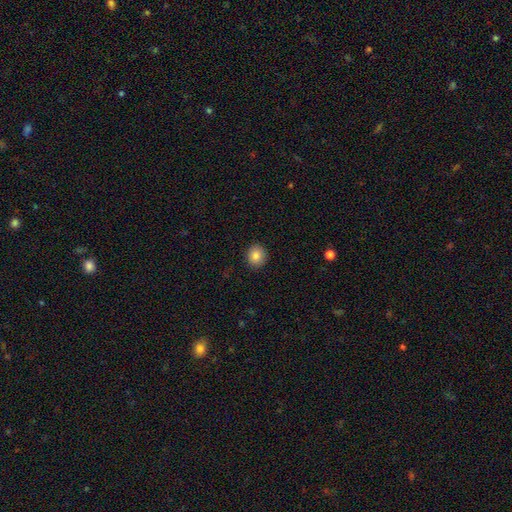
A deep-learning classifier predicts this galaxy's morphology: This appears to be a smooth galaxy with no disk features (84%) that is round (80%). Merging: none (91%).